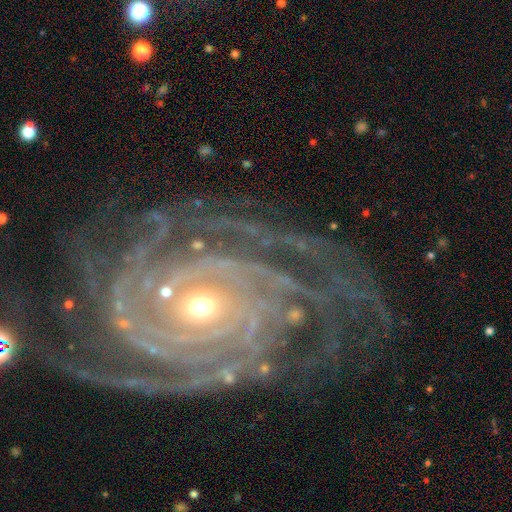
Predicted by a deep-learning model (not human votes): smooth_or_featured: featured or disk (p=0.92) [alt: star or artifact p=0.05]
disk_edge_on: no (p=0.97) [alt: yes p=0.03]
bar: no (p=0.67) [alt: weak p=0.20]
has_spiral_arms: yes (p=0.98) [alt: no p=0.02]
spiral_winding: tight (p=0.80) [alt: medium p=0.17]
spiral_arm_count: more than 4 (p=0.22) [alt: 4 p=0.20]
bulge_size: moderate (p=0.48) [tied with: small p=0.48]
merging: none (p=0.71) [alt: minor disturbance p=0.17]